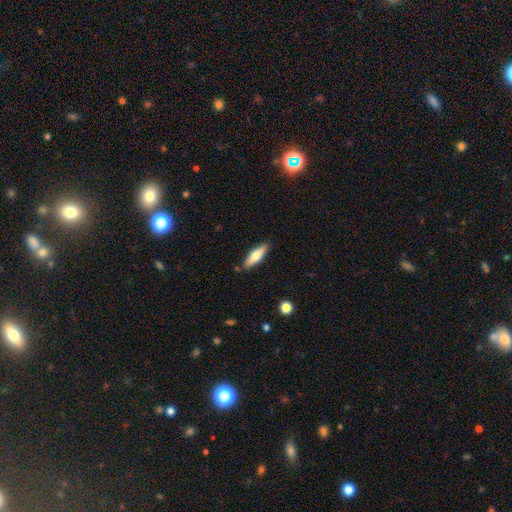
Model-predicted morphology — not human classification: The model was most divided on "how rounded": cigar-shaped: 55%, in between: 43%, round: 2%. More confident: merging — none (83%); smooth or featured — smooth (61%).